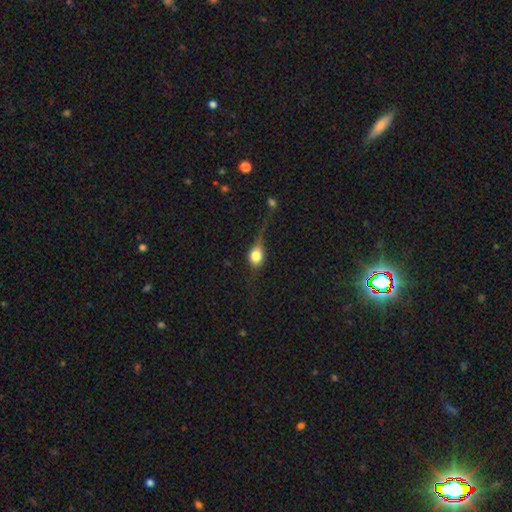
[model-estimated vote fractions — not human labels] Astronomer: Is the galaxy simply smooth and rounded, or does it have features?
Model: smooth — 59%.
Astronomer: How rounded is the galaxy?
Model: round — 47% (runner-up: in between, 46%).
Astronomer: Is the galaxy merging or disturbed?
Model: none — 50% (runner-up: minor disturbance, 26%).